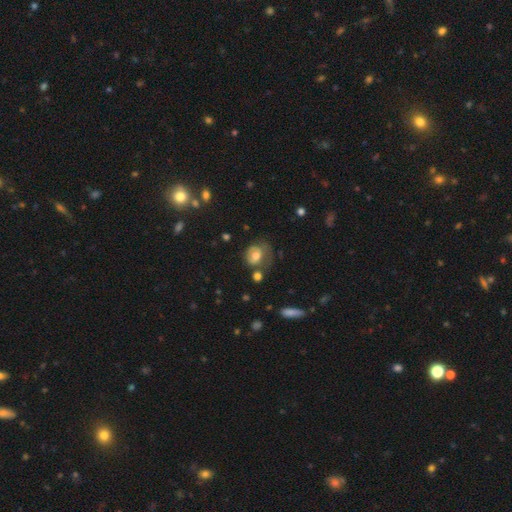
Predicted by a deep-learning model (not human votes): Overall: smooth (62%; featured or disk 29%). How rounded: round (51%; in between 48%). Merging: none (39%; minor disturbance 28%).